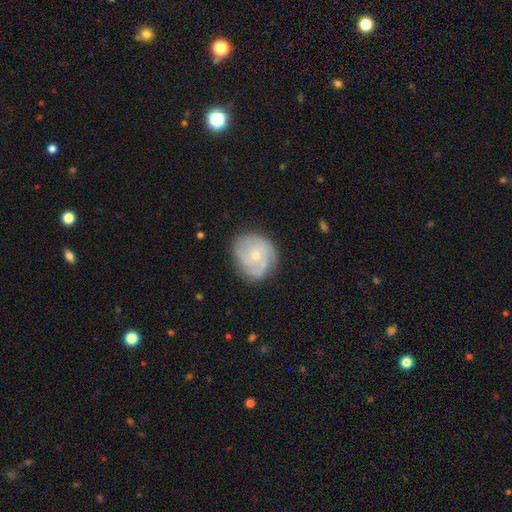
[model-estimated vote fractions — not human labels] A featured or disk galaxy (66%) with no bar (80%), 3 (34%) tight (52%) spiral arms (87%) and a small central bulge (68%).

Vote fractions:
- Smooth or featured? featured or disk: 66% / smooth: 26% / star or artifact: 8%
- Edge-on disk? no: 98% / yes: 2%
- Bar? no: 80% / weak: 18% / strong: 2%
- Spiral arms? yes: 87% / no: 13%
- Spiral winding? tight: 52% / medium: 36% / loose: 12%
- Spiral arm count? 3: 34% / can't tell: 29% / 2: 15% / 4: 13% / 1: 5% / more than 4: 5%
- Bulge size? small: 68% / moderate: 28% / none: 2% / large: 1% / dominant: 1%
- Merging? none: 73% / minor disturbance: 19% / major disturbance: 6% / merger: 2%